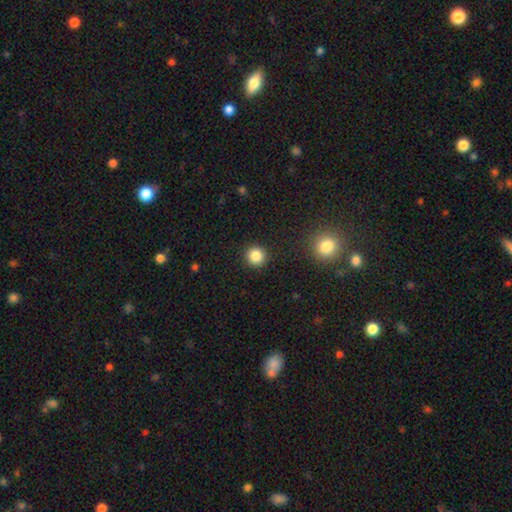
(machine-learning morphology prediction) type=smooth (85%); roundness=round (95%); merging=none (92%).